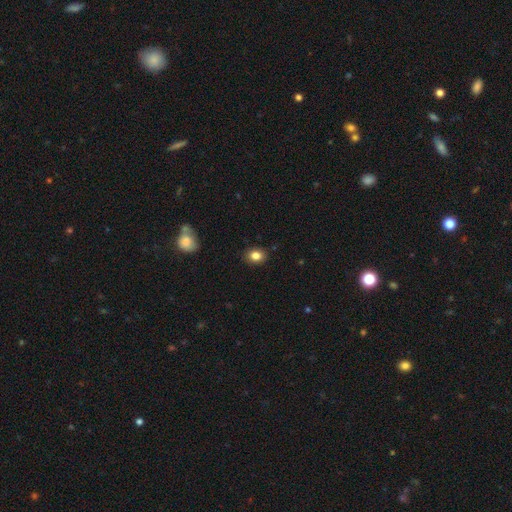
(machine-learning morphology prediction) smooth 84%, star or artifact 10%, featured or disk 6%. Down the decision tree: how rounded — in between (54%); merging — none (89%).